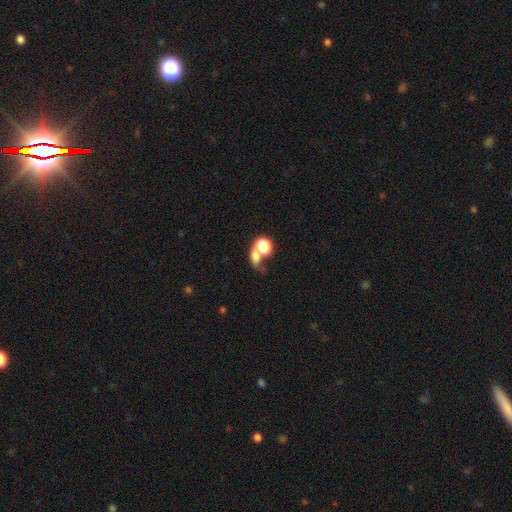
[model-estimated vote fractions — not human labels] The model was most divided on "how rounded": in between: 53%, round: 44%, cigar-shaped: 3%. More confident: smooth or featured — smooth (69%); merging — merger (53%).